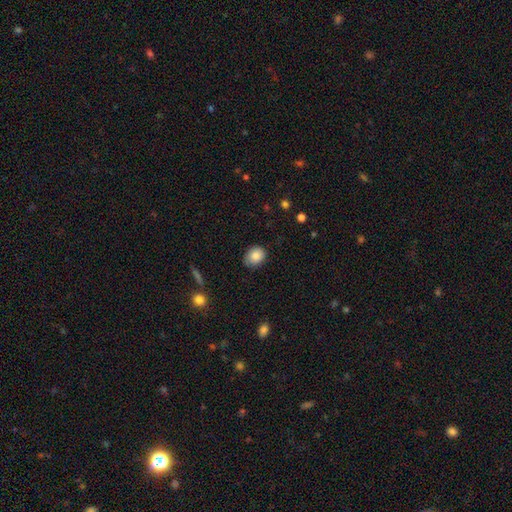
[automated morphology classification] Overall: smooth (85%). How rounded: round (57%; in between 42%). Merging: none (73%).